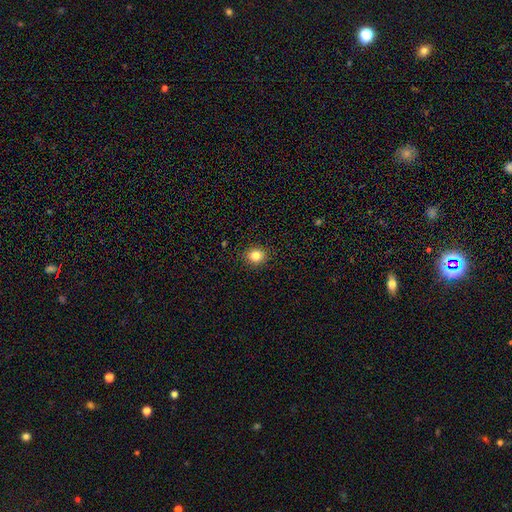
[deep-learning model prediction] Morphology: type=smooth (83%); roundness=round (74%); merging=none (91%).